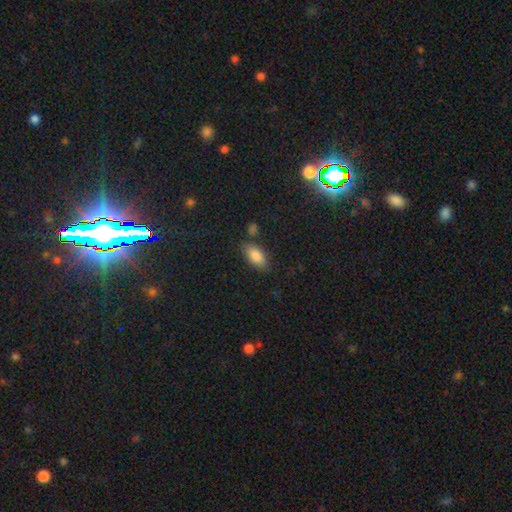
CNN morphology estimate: Smooth or featured? smooth (85%)
How rounded? in between (89%)
Merging? none (77%)